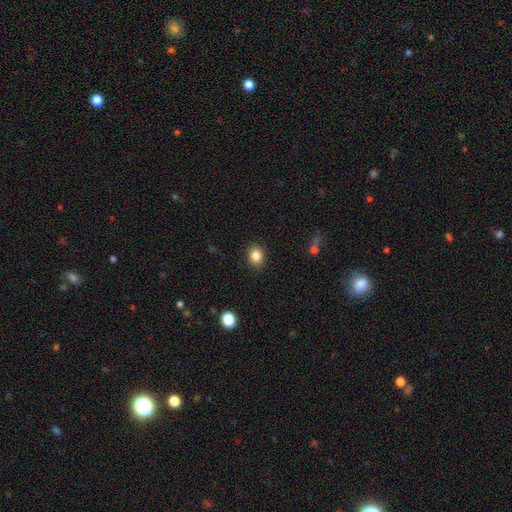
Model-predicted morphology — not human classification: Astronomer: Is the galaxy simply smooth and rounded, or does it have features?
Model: smooth — 85%.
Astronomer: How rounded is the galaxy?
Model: round — 52% (runner-up: in between, 47%).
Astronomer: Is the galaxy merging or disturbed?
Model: none — 88%.